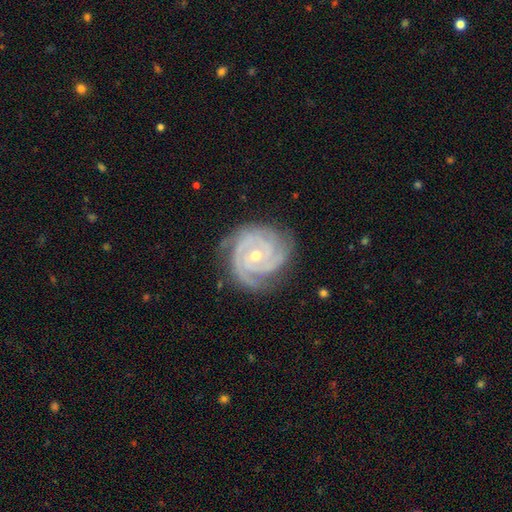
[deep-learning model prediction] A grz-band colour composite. It shows a featured or disk galaxy (92%) with no bar (69%), 3 (54%) tight (81%) spiral arms (98%) and a small central bulge (55%). Merging: none (78%).